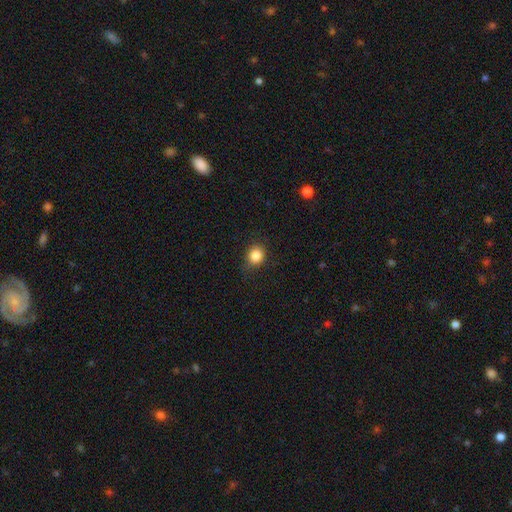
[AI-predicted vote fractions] Smooth or featured?
  - smooth: 85% *
  - star or artifact: 10%
  - featured or disk: 5%
How rounded?
  - round: 77% *
  - in between: 22%
  - cigar-shaped: 1%
Merging?
  - none: 80% *
  - minor disturbance: 15%
  - major disturbance: 4%
  - merger: 1%